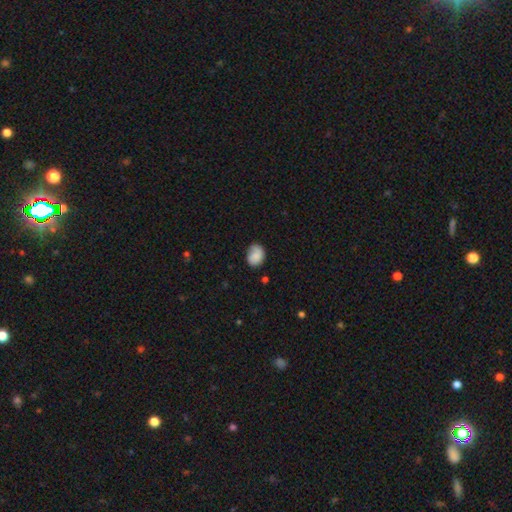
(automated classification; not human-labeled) Smooth or featured: smooth — 78% (featured or disk — 15%)
How rounded: in between — 61% (round — 38%)
Merging: none — 64% (minor disturbance — 26%)